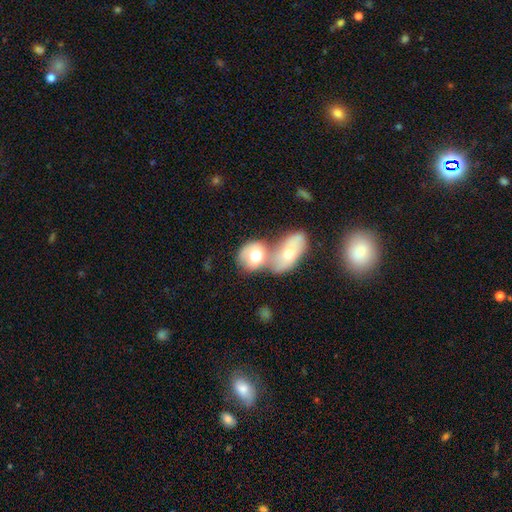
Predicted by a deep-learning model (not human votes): Overall: smooth (66%; featured or disk 28%). How rounded: in between (52%; round 46%). Merging: merger (69%).